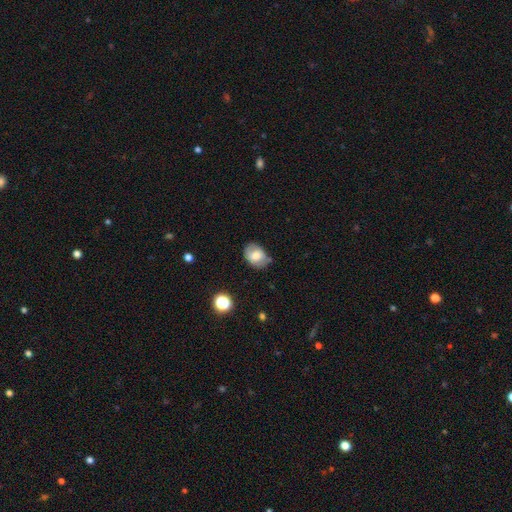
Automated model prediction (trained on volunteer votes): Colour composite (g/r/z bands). It shows a smooth galaxy with no disk features (68%) that is in between round and cigar-shaped (67%). Merging: none (65%).